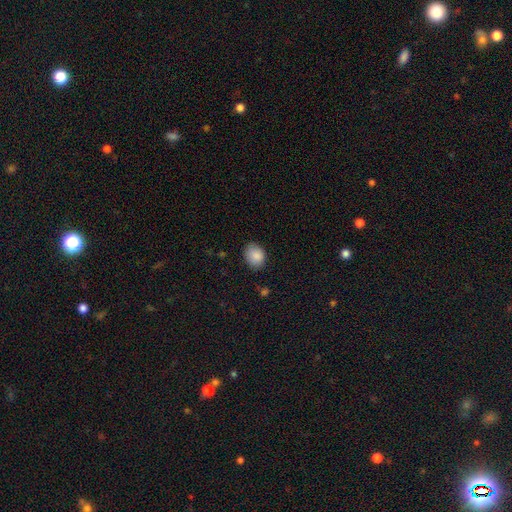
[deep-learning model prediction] Q: Smooth or featured?
A: smooth (88%); runner-up: star or artifact (8%)
Q: How rounded?
A: in between (56%); runner-up: round (43%)
Q: Merging?
A: none (80%); runner-up: minor disturbance (16%)